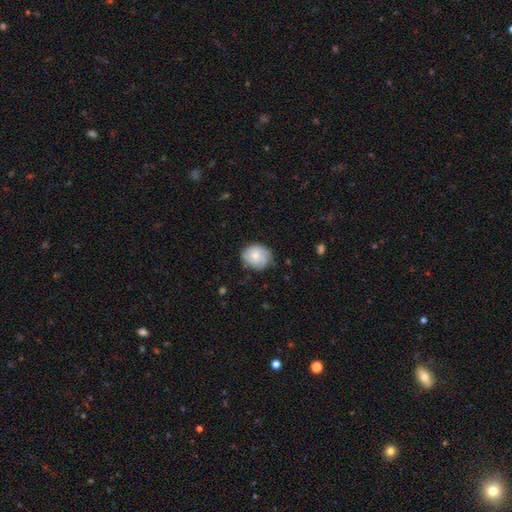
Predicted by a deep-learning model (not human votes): smooth 60%, featured or disk 33%, star or artifact 7%. Down the decision tree: how rounded — round (69%); merging — none (66%).